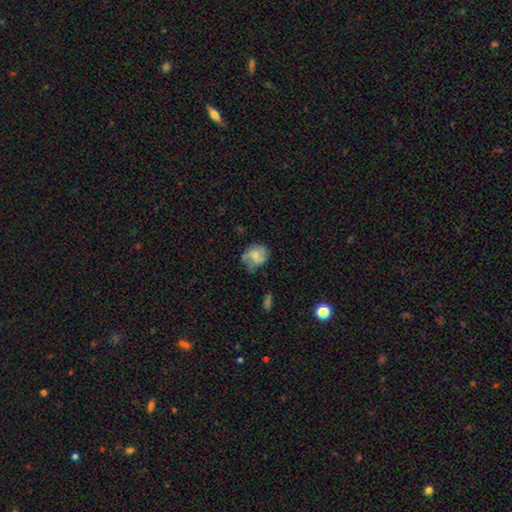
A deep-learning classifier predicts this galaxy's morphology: This appears to be a smooth galaxy with no disk features (61%) that is round (61%). Merging: none (49%).